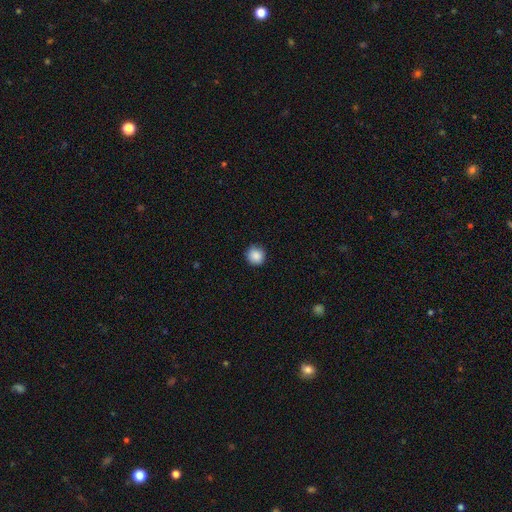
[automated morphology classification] A smooth galaxy with no disk features (88%) that is round (93%).

Vote fractions:
- Smooth or featured? smooth: 88% / star or artifact: 9% / featured or disk: 3%
- How rounded? round: 93% / in between: 6% / cigar-shaped: 1%
- Merging? none: 88% / minor disturbance: 10% / major disturbance: 2% / merger: 1%